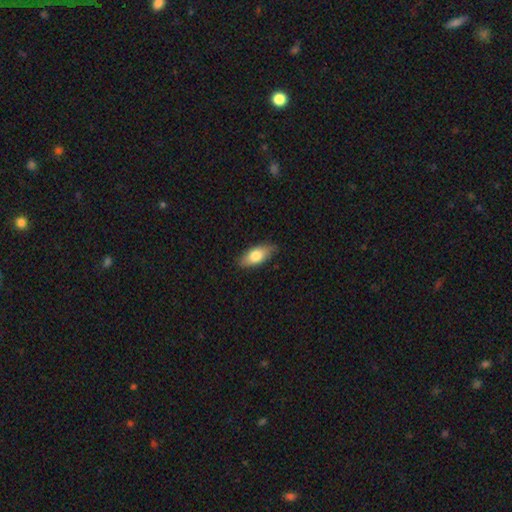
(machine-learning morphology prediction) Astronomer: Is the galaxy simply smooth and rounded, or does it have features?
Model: smooth — 75%.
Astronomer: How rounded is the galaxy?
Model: in between — 83%.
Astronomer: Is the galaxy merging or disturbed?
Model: none — 80%.